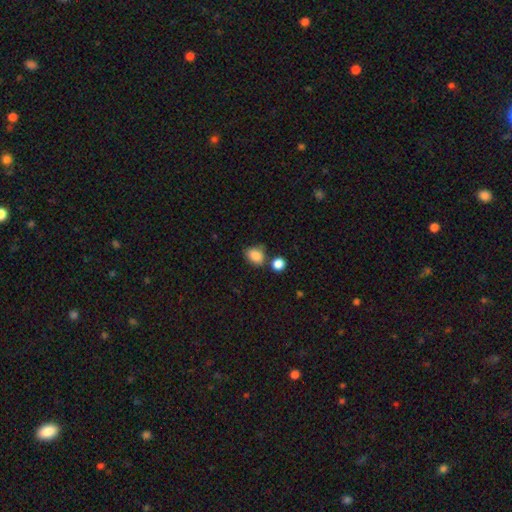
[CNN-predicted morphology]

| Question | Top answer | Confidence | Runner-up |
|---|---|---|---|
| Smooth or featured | smooth | 86% | star or artifact (9%) |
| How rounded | in between | 63% | round (36%) |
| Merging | none | 61% | minor disturbance (18%) |